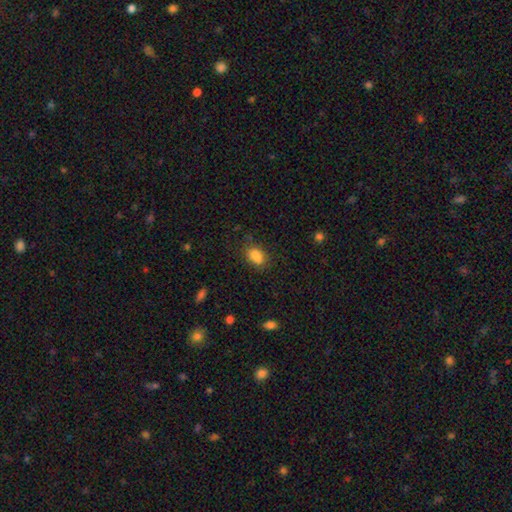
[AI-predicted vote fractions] Smooth or featured: smooth — 83% (star or artifact — 10%)
How rounded: in between — 80% (round — 19%)
Merging: none — 67% (minor disturbance — 19%)